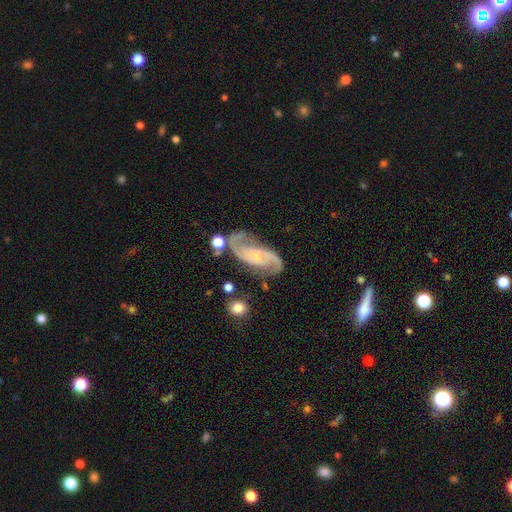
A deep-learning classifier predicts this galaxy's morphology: This is clearly a featured or disk galaxy (89%). It is clearly not viewed edge-on (97%). Bar: possibly no (50%). Spiral arm pattern: clearly yes (98%). Spiral arm count: clearly 2 (91%). Spiral winding: possibly medium (54%). Central bulge: likely small (62%). Merging: likely none (69%).